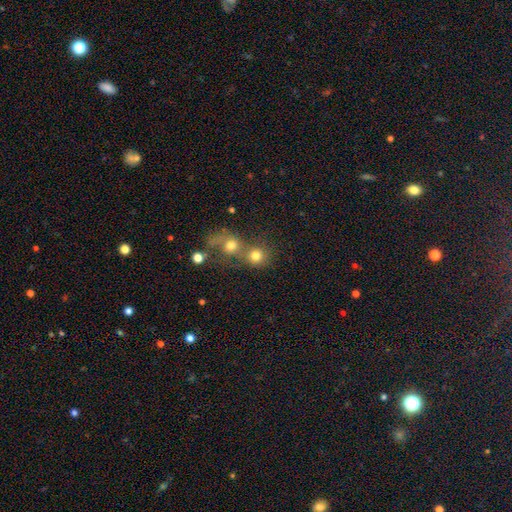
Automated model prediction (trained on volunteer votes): Smooth or featured? smooth (76%)
How rounded? round (84%)
Merging? merger (47%)